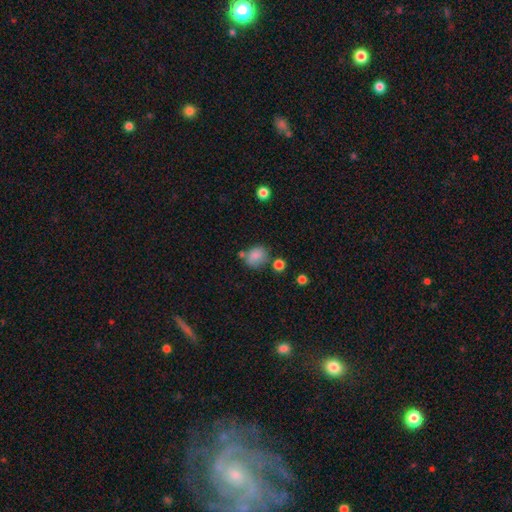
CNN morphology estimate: A smooth galaxy with no disk features (81%) that is in between round and cigar-shaped (50%). Merging: none (58%).